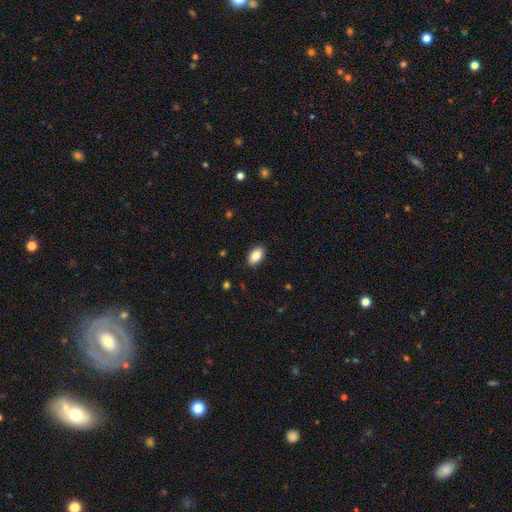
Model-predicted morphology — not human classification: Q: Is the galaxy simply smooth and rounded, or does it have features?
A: smooth — 87%.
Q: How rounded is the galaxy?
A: in between — 93%.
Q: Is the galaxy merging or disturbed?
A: none — 89%.